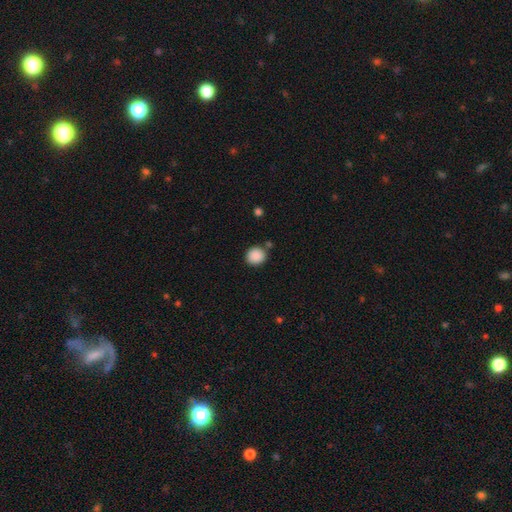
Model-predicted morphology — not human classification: The model was most divided on "how rounded": round: 85%, in between: 14%, cigar-shaped: 1%. More confident: smooth or featured — smooth (89%); merging — none (82%).